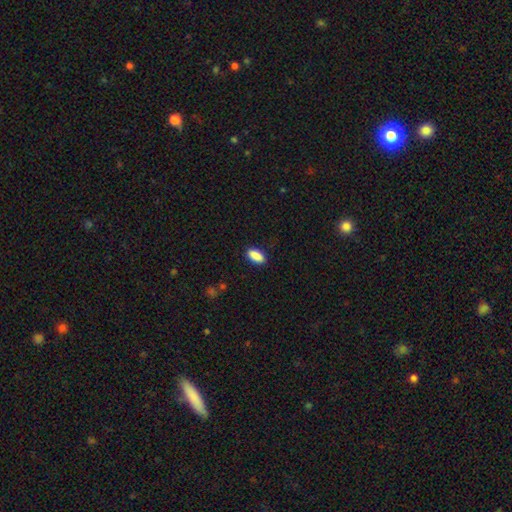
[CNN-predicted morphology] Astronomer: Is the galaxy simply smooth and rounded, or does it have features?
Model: smooth — 90%.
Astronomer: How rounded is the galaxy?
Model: in between — 88%.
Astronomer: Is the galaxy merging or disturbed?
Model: none — 88%.